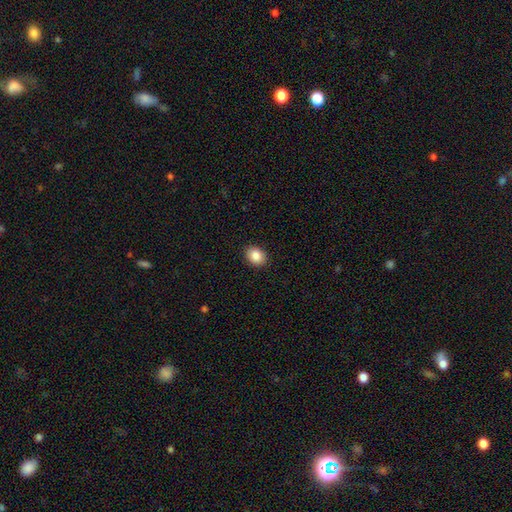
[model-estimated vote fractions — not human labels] The model was most divided on "how rounded": in between: 58%, round: 41%, cigar-shaped: 1%. More confident: merging — none (91%); smooth or featured — smooth (87%).